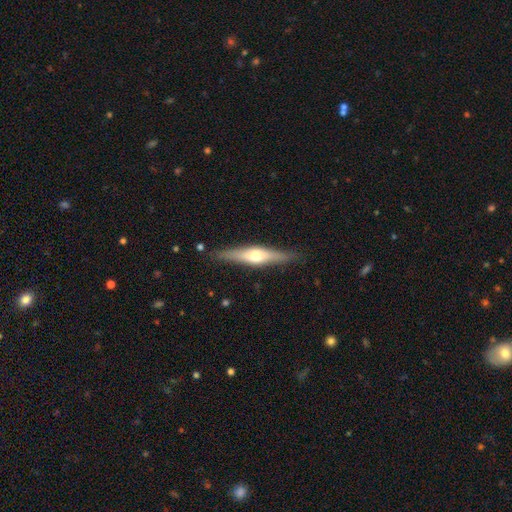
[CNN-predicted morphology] A featured or disk galaxy (65%) viewed edge-on (94%) with a rounded central bulge (91%). Merging: none (87%).